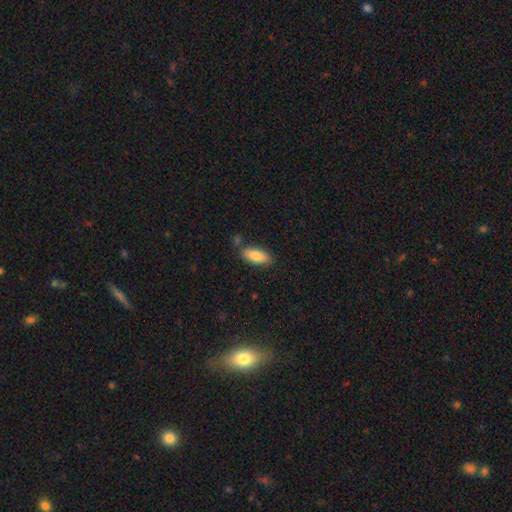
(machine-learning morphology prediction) The model was most divided on "how rounded": in between: 82%, cigar-shaped: 16%, round: 2%. More confident: smooth or featured — smooth (84%); merging — none (79%).